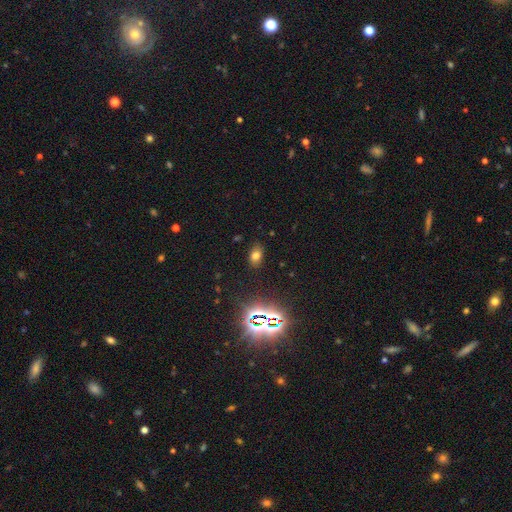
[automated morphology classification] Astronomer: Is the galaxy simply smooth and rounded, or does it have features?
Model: smooth — 66%.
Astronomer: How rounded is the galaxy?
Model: in between — 80%.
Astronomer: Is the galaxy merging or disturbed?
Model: none — 84%.